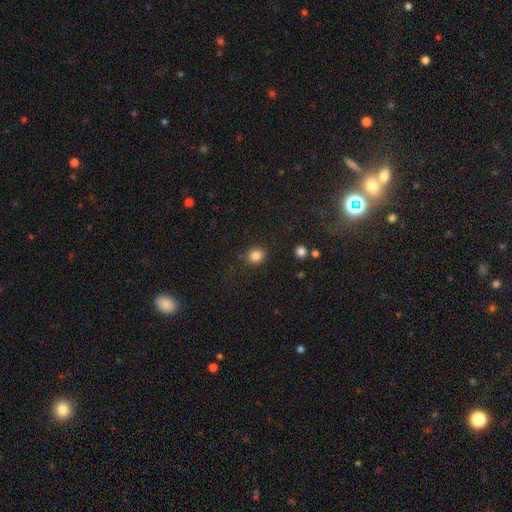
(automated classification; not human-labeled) Smooth or featured: smooth — 84% (star or artifact — 11%)
How rounded: round — 83% (in between — 16%)
Merging: none — 85% (minor disturbance — 9%)